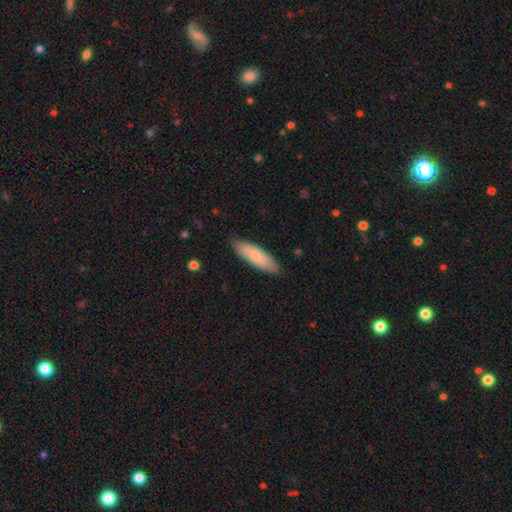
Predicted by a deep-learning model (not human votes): This is likely a smooth galaxy (74%). How rounded: possibly in between (52%). Merging: clearly none (84%).